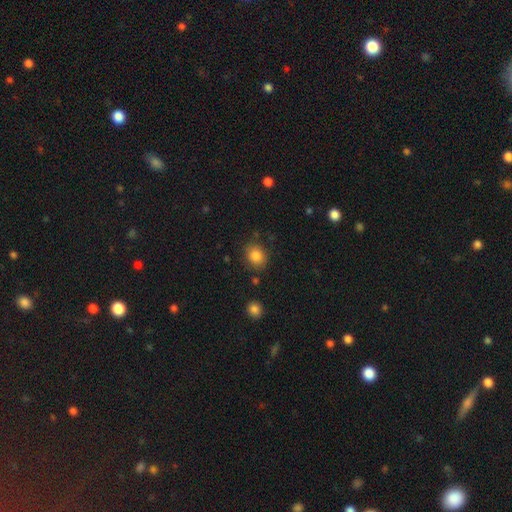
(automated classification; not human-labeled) smooth_or_featured: smooth (p=0.84) [alt: star or artifact p=0.10]
how_rounded: round (p=0.56) [alt: in between p=0.43]
merging: none (p=0.82) [alt: minor disturbance p=0.12]